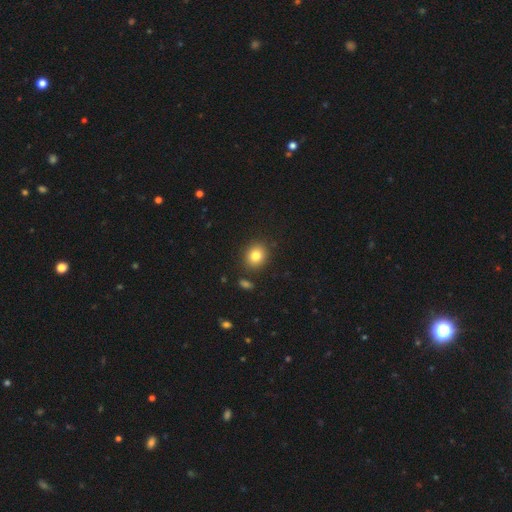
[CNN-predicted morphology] A smooth galaxy with no disk features (82%) that is round (74%). Merging: none (87%).